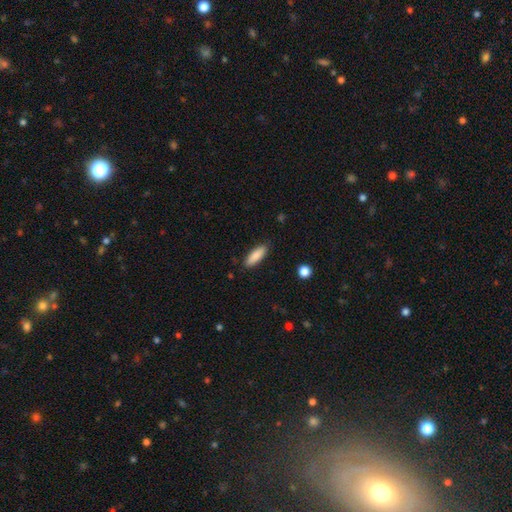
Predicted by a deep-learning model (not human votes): smooth-or-featured: smooth: 86% | featured or disk: 8% | star or artifact: 6%
  how-rounded: in between: 55% | cigar-shaped: 44% | round: 2%
  merging: none: 87% | minor disturbance: 9% | major disturbance: 2% | merger: 1%